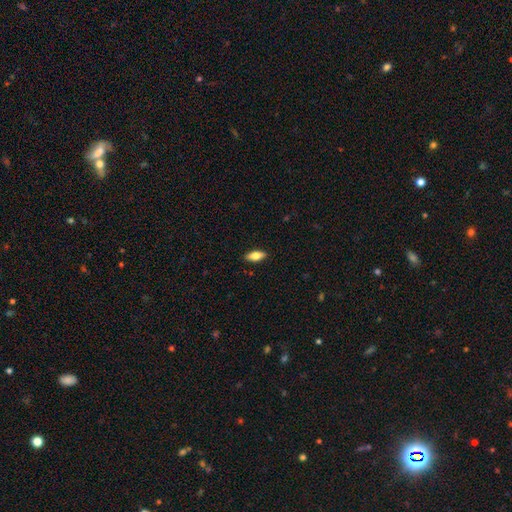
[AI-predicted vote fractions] Overall: smooth (74%). How rounded: in between (81%). Merging: none (90%).